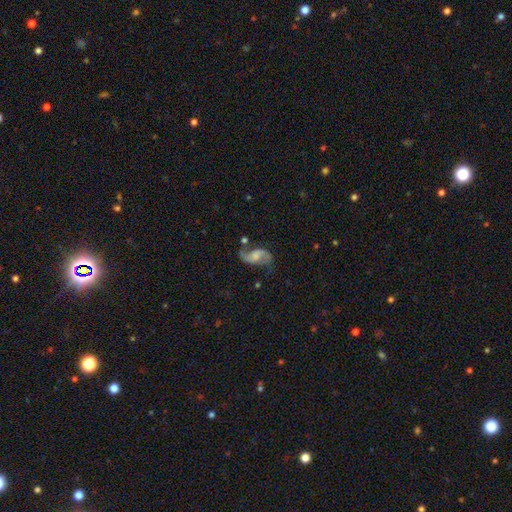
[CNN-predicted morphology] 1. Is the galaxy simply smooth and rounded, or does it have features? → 83% featured or disk, 11% smooth, 6% star or artifact.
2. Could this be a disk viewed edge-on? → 98% no, 2% yes.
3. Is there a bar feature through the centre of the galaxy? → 49% no, 40% weak, 11% strong.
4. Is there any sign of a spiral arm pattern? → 95% yes, 5% no.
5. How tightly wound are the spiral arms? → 66% loose, 27% medium, 6% tight.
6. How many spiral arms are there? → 92% 2, 3% 1, 2% can't tell, 1% 3, 1% 4, 1% more than 4.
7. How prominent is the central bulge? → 37% small, 32% moderate, 23% none, 7% large, 2% dominant.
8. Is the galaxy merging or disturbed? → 64% none, 19% minor disturbance, 11% major disturbance, 6% merger.